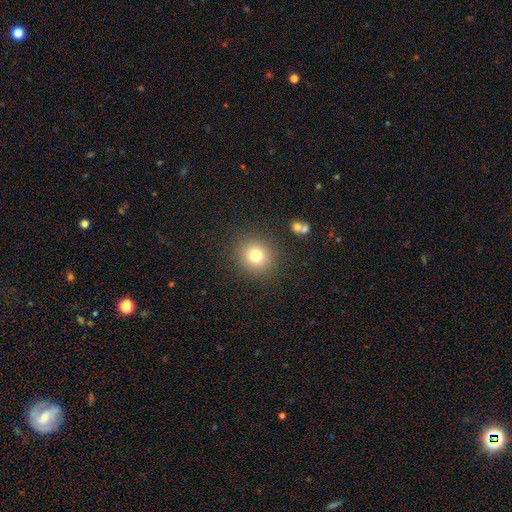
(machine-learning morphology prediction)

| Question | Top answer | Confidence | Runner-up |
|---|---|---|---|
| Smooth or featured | smooth | 77% | star or artifact (13%) |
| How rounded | round | 88% | in between (11%) |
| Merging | none | 87% | minor disturbance (7%) |